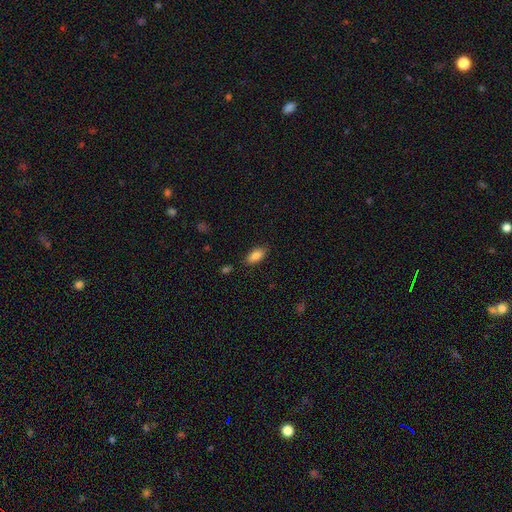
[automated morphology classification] Smooth or featured?
  - smooth: 86% *
  - star or artifact: 8%
  - featured or disk: 7%
How rounded?
  - in between: 89% *
  - cigar-shaped: 8%
  - round: 3%
Merging?
  - none: 83% *
  - minor disturbance: 12%
  - major disturbance: 3%
  - merger: 2%